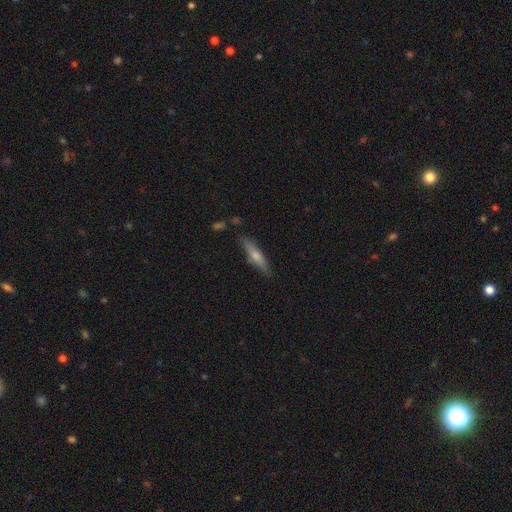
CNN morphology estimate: A smooth galaxy with no disk features (57%) that is cigar-shaped (81%). Merging: none (80%).